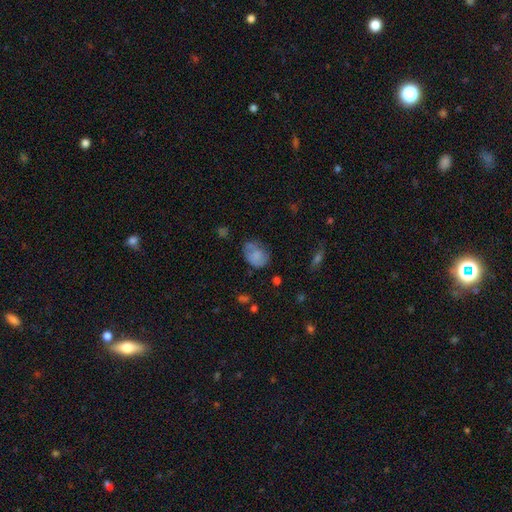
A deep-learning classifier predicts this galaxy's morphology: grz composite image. It shows a smooth galaxy with no disk features (68%) that is in between round and cigar-shaped (63%). Merging: none (46%).